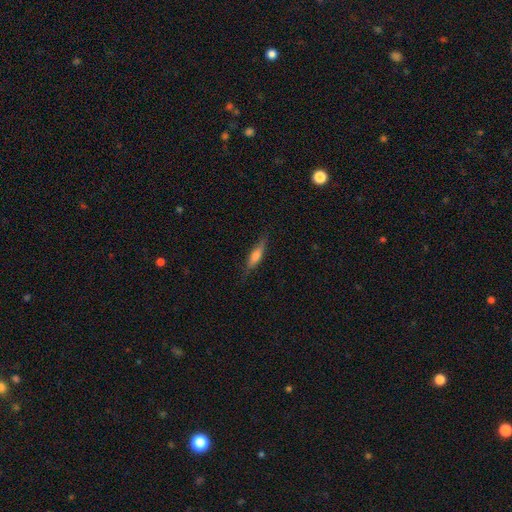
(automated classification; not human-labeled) The model was most divided on "smooth or featured": smooth: 60%, featured or disk: 34%, star or artifact: 6%. More confident: merging — none (80%); how rounded — cigar-shaped (69%).